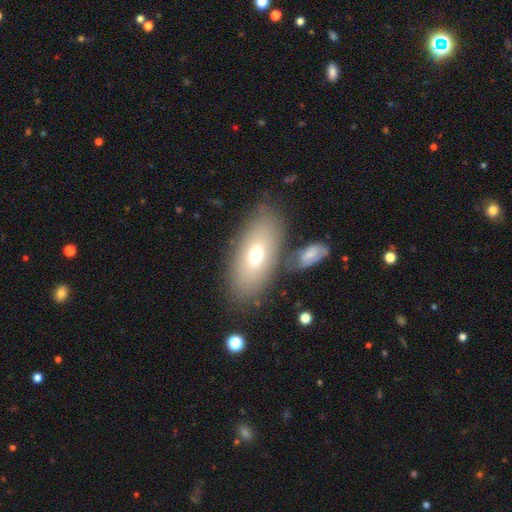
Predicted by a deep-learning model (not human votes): Morphology: type=smooth (67%); roundness=in between (88%); merging=none (75%).